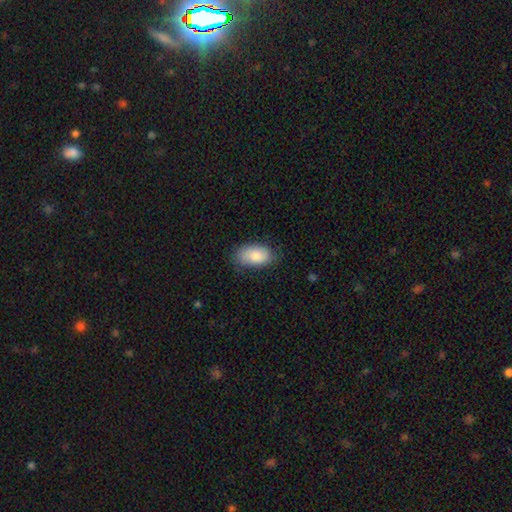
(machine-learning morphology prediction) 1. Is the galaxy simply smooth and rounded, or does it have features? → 84% smooth, 10% featured or disk, 6% star or artifact.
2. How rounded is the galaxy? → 94% in between, 4% round, 2% cigar-shaped.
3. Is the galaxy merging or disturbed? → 74% none, 20% minor disturbance, 4% major disturbance, 1% merger.